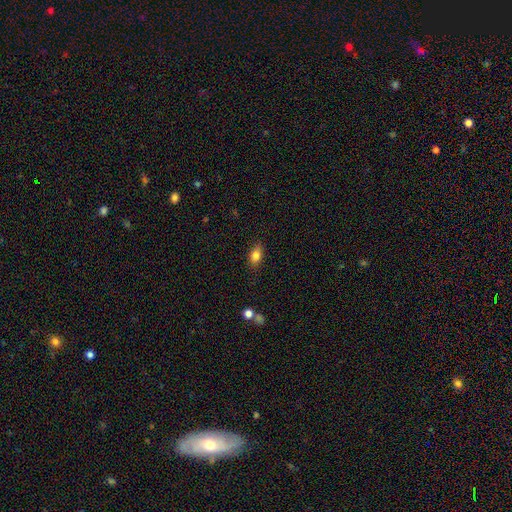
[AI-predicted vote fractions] Morphology: type=smooth (81%); roundness=in between (81%); merging=none (83%).